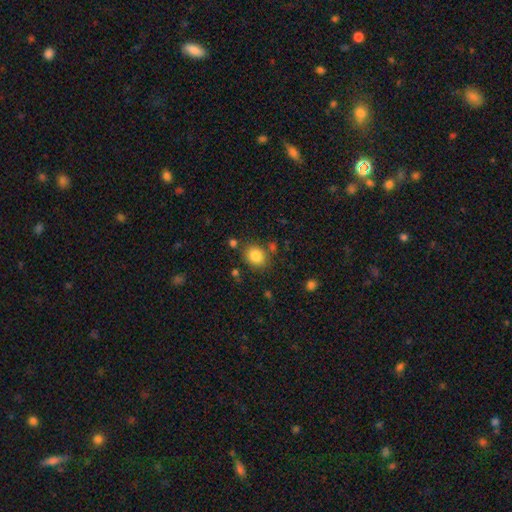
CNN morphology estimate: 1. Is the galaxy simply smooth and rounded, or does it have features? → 84% smooth, 10% star or artifact, 6% featured or disk.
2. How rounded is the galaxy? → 58% round, 41% in between, 1% cigar-shaped.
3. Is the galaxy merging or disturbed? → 78% none, 12% minor disturbance, 6% merger, 4% major disturbance.